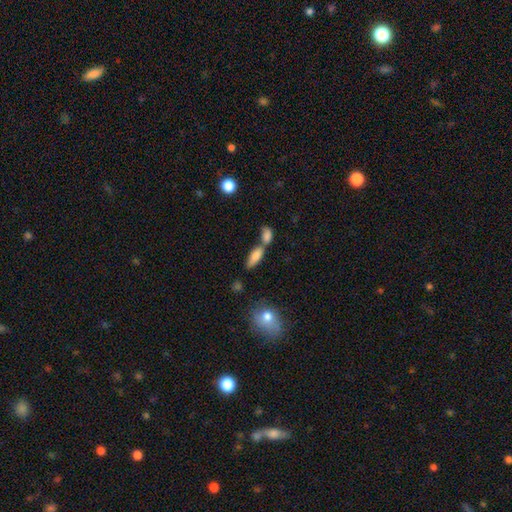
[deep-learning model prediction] smooth-or-featured: smooth: 79% | featured or disk: 13% | star or artifact: 8%
  how-rounded: in between: 67% | cigar-shaped: 29% | round: 4%
  merging: merger: 46% | none: 38% | minor disturbance: 11% | major disturbance: 5%